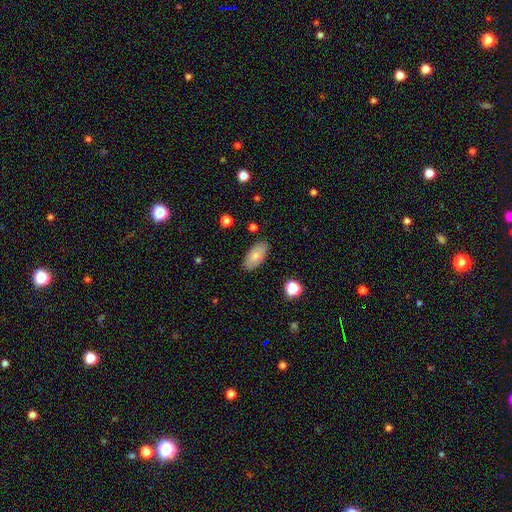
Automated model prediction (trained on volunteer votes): Overall: smooth (78%). How rounded: in between (92%). Merging: none (87%).